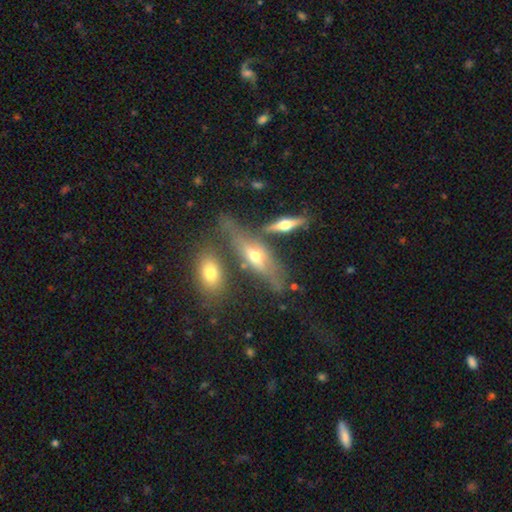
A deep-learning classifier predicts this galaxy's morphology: Overall: featured or disk (59%; smooth 31%). Edge-on disk: yes (70%). Merging: none (51%; minor disturbance 20%).